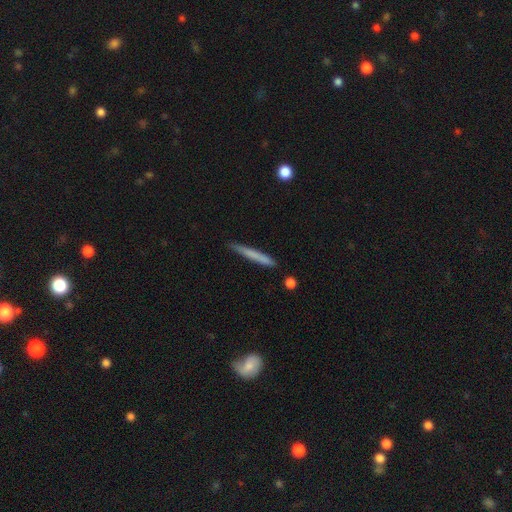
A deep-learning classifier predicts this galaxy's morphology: smooth-or-featured: smooth: 68% | featured or disk: 26% | star or artifact: 6%
  how-rounded: cigar-shaped: 96% | in between: 2% | round: 1%
  merging: none: 86% | minor disturbance: 10% | merger: 2% | major disturbance: 2%